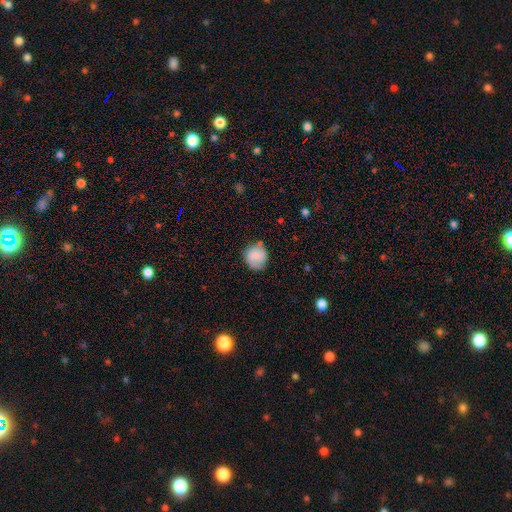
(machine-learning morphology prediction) Smooth or featured: smooth — 79% (featured or disk — 13%)
How rounded: round — 85% (in between — 15%)
Merging: none — 69% (minor disturbance — 21%)